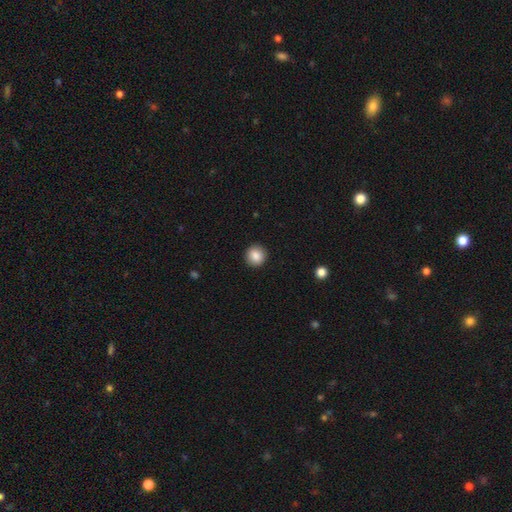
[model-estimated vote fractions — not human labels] This is clearly a smooth galaxy (87%). How rounded: clearly round (92%). Merging: clearly none (92%).